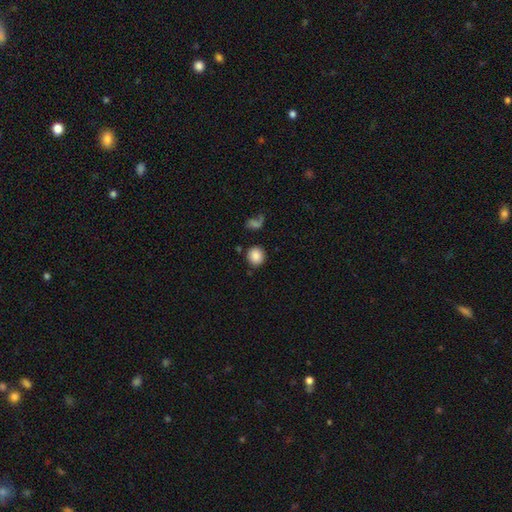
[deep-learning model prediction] Smooth or featured?
  - smooth: 86% *
  - star or artifact: 9%
  - featured or disk: 5%
How rounded?
  - round: 88% *
  - in between: 11%
  - cigar-shaped: 1%
Merging?
  - none: 86% *
  - minor disturbance: 7%
  - merger: 4%
  - major disturbance: 3%